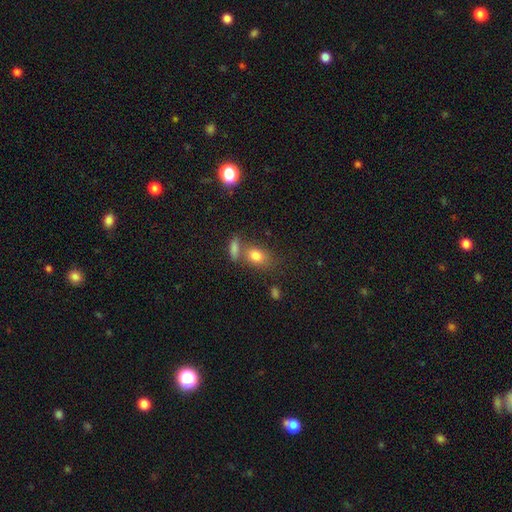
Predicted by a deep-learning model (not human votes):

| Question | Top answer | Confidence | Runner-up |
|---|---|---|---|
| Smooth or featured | smooth | 79% | star or artifact (11%) |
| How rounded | in between | 73% | round (24%) |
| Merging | none | 53% | merger (29%) |